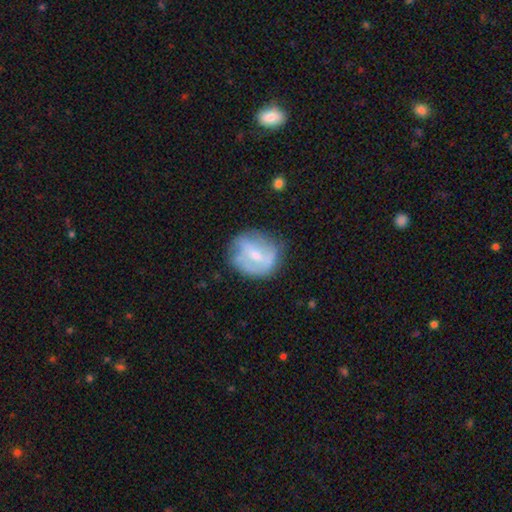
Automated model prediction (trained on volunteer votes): Smooth or featured?
  - featured or disk: 53% *
  - smooth: 40%
  - star or artifact: 7%
Edge-on disk?
  - no: 97% *
  - yes: 3%
Bar?
  - weak: 45% *
  - no: 39%
  - strong: 16%
Spiral arms?
  - yes: 53% *
  - no: 47%
Bulge size?
  - small: 43% *
  - moderate: 42%
  - none: 10%
  - large: 3%
  - dominant: 1%
Merging?
  - none: 61% *
  - minor disturbance: 25%
  - major disturbance: 12%
  - merger: 2%